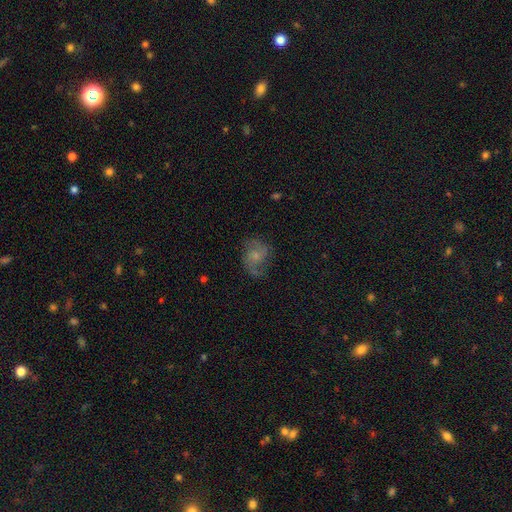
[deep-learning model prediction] Smooth or featured: featured or disk — 63% (smooth — 27%)
Edge-on disk: no — 98% (yes — 2%)
Bar: no — 67% (weak — 28%)
Spiral arms: yes — 89% (no — 11%)
Spiral winding: medium — 45% (loose — 40%)
Spiral arm count: 2 — 78% (can't tell — 9%)
Bulge size: small — 58% (moderate — 27%)
Merging: none — 61% (minor disturbance — 22%)